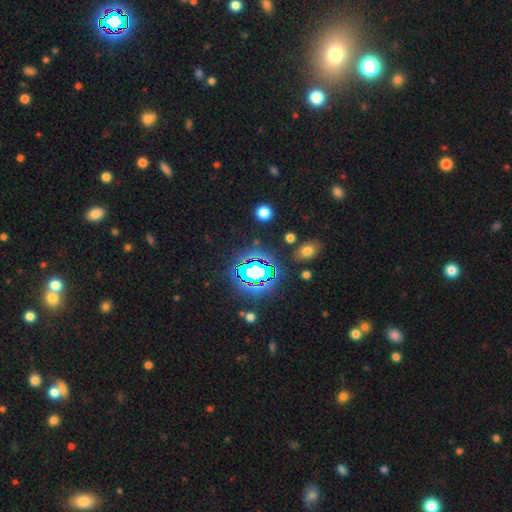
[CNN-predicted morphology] The model was most divided on "smooth or featured": star or artifact: 80%, smooth: 13%, featured or disk: 7%.